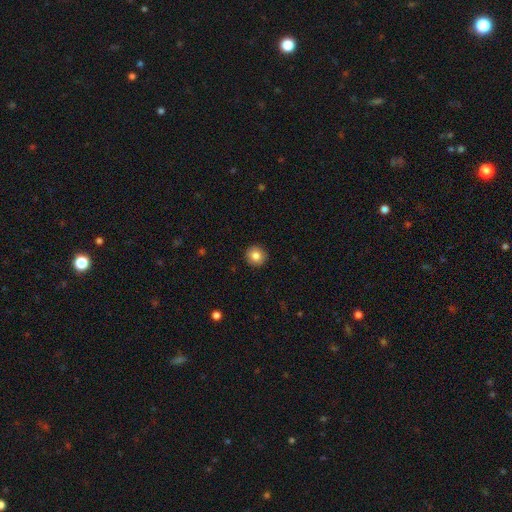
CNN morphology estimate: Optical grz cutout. It shows a smooth galaxy with no disk features (84%) that is round (93%). Merging: none (92%).